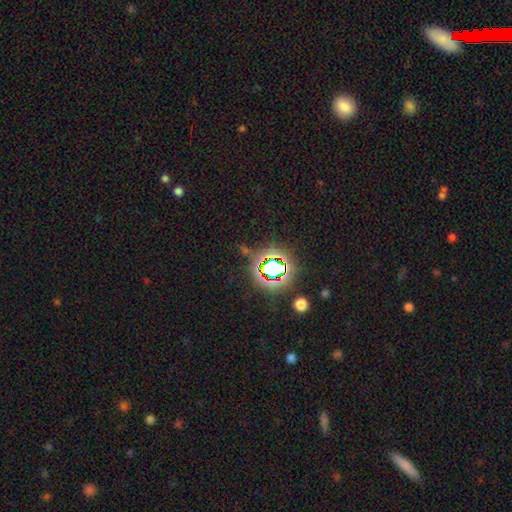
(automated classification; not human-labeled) Overall: star or artifact (79%).